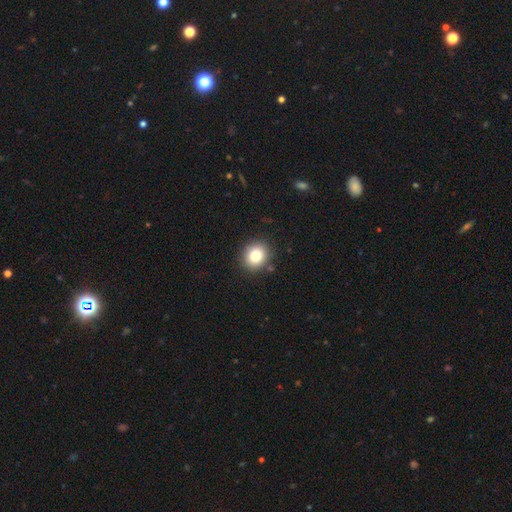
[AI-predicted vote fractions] A smooth galaxy with no disk features (82%) that is round (71%). Merging: none (87%).